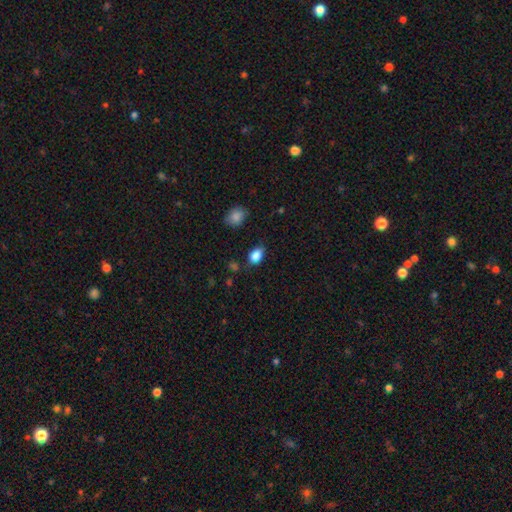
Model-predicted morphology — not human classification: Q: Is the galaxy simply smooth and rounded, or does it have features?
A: smooth — 86%.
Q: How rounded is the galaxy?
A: in between — 81%.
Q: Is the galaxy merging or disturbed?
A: none — 68%.